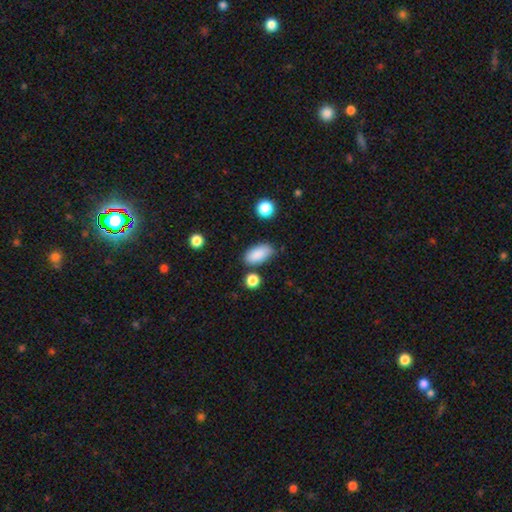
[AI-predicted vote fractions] Smooth or featured: smooth — 88% (star or artifact — 7%)
How rounded: in between — 92% (cigar-shaped — 5%)
Merging: none — 77% (minor disturbance — 14%)